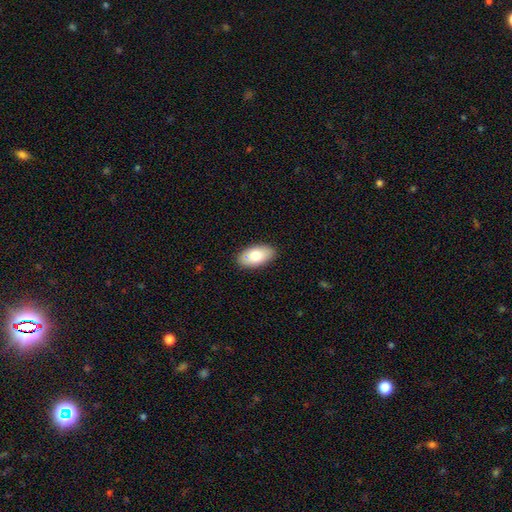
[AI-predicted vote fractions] This appears to be a smooth galaxy with no disk features (77%) that is in between round and cigar-shaped (94%). Merging: none (89%).